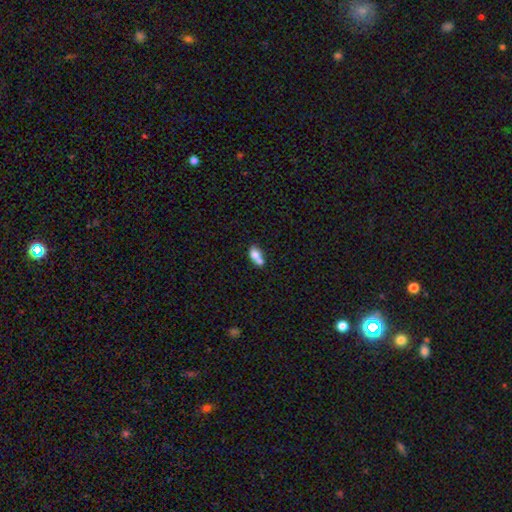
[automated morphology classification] Q: Smooth or featured?
A: smooth (73%); runner-up: featured or disk (18%)
Q: How rounded?
A: in between (81%); runner-up: round (12%)
Q: Merging?
A: merger (54%); runner-up: none (28%)